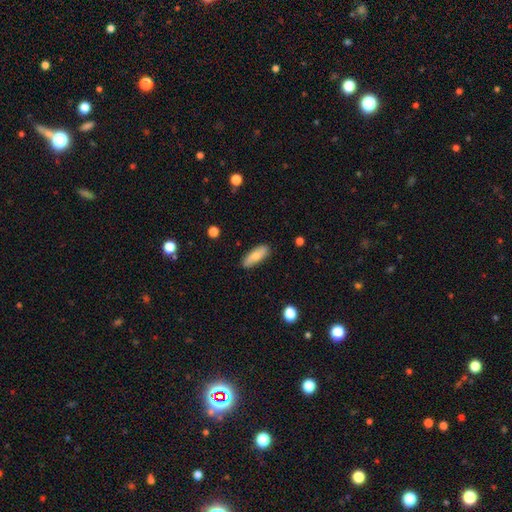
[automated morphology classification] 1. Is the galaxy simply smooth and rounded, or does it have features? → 74% smooth, 20% featured or disk, 6% star or artifact.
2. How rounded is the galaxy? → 61% in between, 37% cigar-shaped, 2% round.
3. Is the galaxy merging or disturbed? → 85% none, 11% minor disturbance, 2% major disturbance, 1% merger.